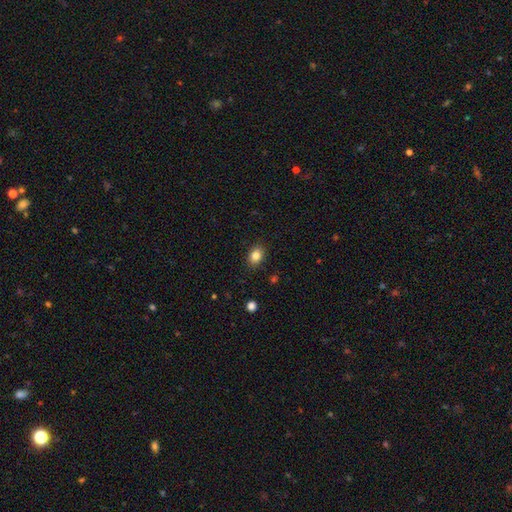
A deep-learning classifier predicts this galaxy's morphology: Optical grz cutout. It shows a smooth galaxy with no disk features (84%) that is in between round and cigar-shaped (67%). Merging: none (87%).